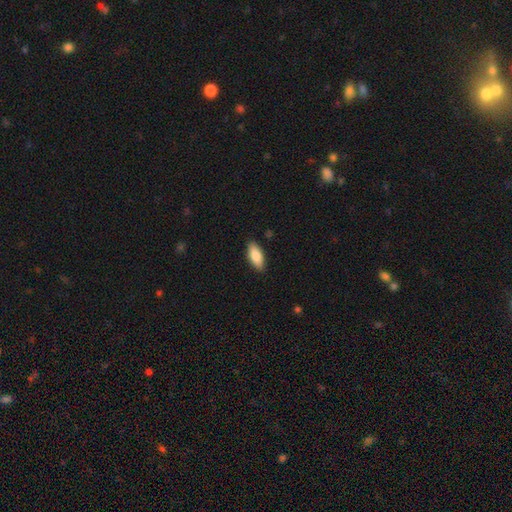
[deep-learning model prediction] The model was most divided on "how rounded": in between: 84%, cigar-shaped: 14%, round: 2%. More confident: merging — none (86%); smooth or featured — smooth (84%).